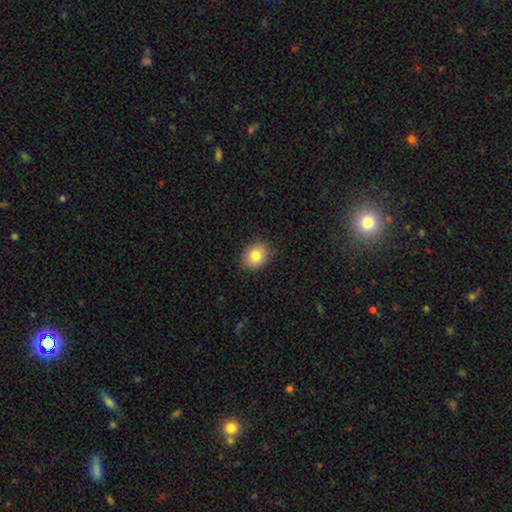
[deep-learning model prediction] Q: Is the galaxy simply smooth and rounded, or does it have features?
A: smooth — 82%.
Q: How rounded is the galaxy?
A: in between — 51%.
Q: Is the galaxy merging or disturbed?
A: none — 85%.